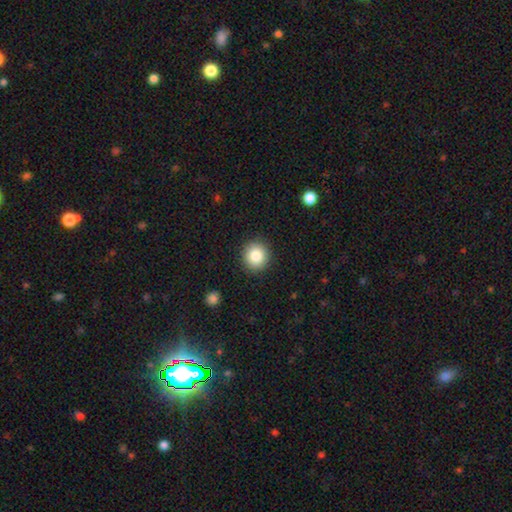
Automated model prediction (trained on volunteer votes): A smooth galaxy with no disk features (84%) that is round (90%). Merging: none (90%).